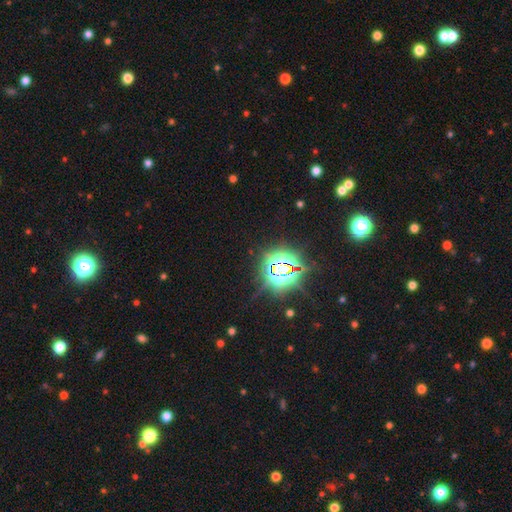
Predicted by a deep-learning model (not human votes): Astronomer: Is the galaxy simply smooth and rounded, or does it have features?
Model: star or artifact — 76%.